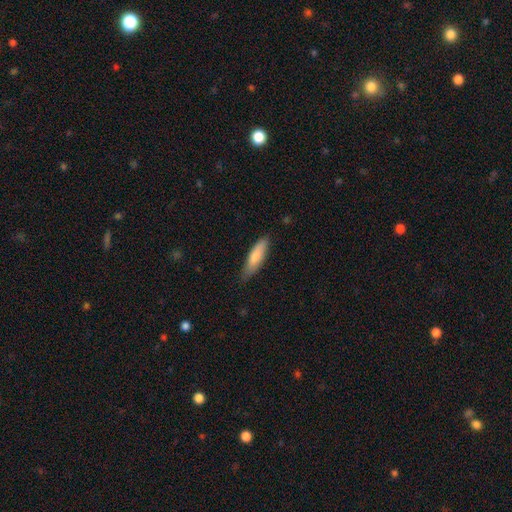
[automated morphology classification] Smooth or featured? Predicted: smooth (p=0.79). How rounded? Predicted: cigar-shaped (p=0.58). Merging? Predicted: none (p=0.76).